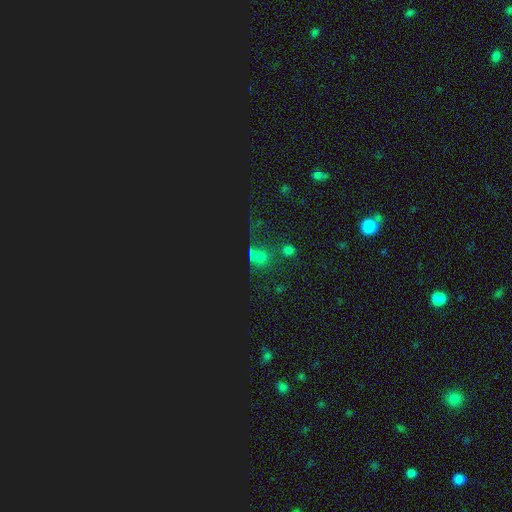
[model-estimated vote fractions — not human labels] A star or artifact, not a galaxy (45%).